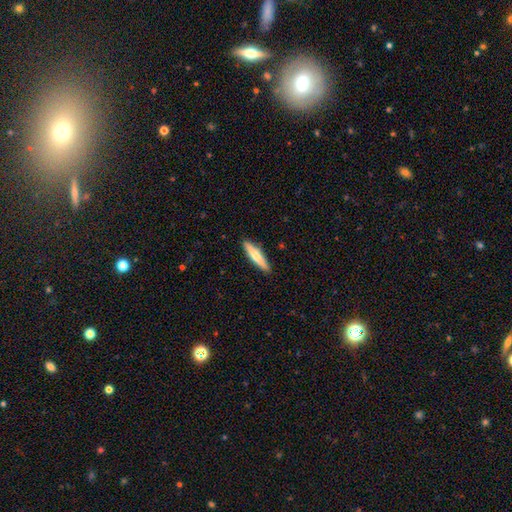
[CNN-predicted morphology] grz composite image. It shows a smooth galaxy with no disk features (57%) that is cigar-shaped (87%). Merging: none (90%).